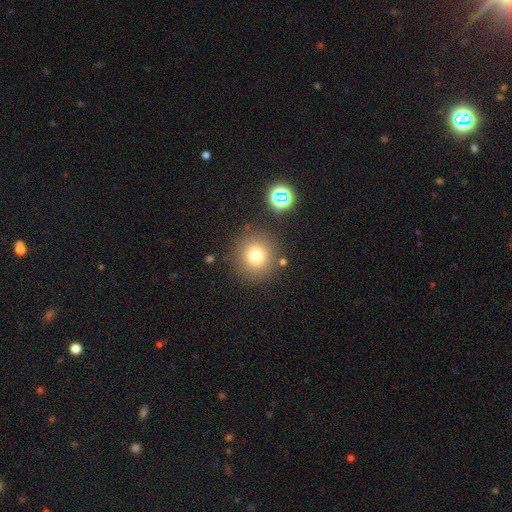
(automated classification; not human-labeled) Smooth or featured? Predicted: smooth (p=0.76). How rounded? Predicted: round (p=0.93). Merging? Predicted: none (p=0.84).